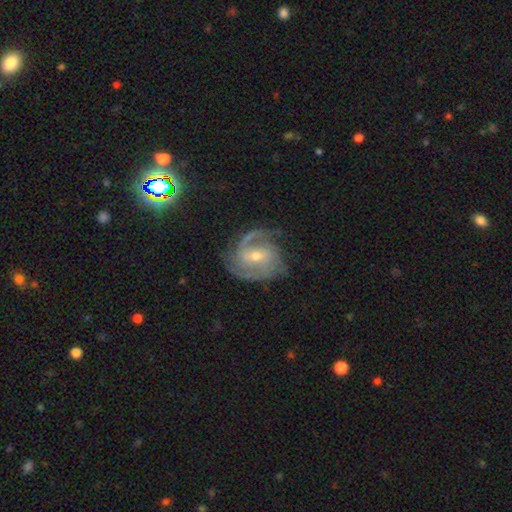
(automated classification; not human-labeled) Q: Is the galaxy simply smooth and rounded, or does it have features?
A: featured or disk — 88%.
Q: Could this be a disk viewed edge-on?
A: no — 97%.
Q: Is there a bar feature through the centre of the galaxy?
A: weak — 44%.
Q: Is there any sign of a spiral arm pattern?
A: yes — 97%.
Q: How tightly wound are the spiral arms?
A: medium — 47%.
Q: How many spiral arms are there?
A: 2 — 48%.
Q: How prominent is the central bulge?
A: small — 53%.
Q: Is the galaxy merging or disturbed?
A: none — 69%.